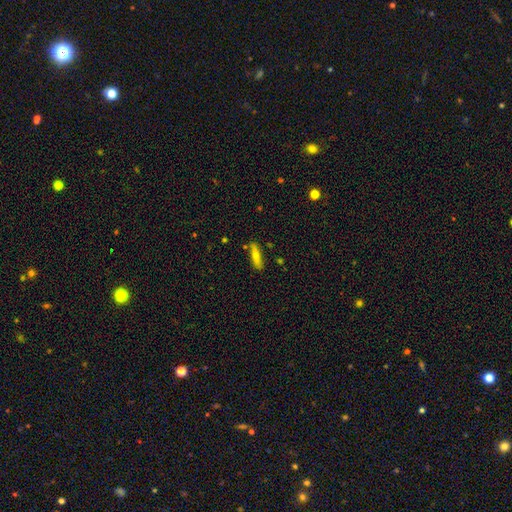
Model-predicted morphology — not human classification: Smooth or featured?
  - smooth: 60% *
  - featured or disk: 32%
  - star or artifact: 8%
How rounded?
  - cigar-shaped: 73% *
  - in between: 25%
  - round: 3%
Merging?
  - none: 81% *
  - minor disturbance: 14%
  - merger: 3%
  - major disturbance: 3%